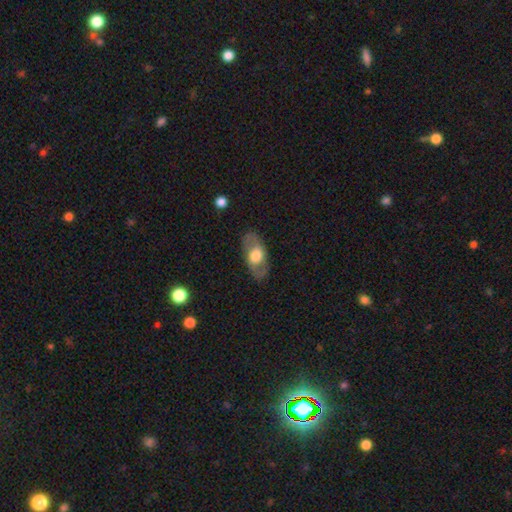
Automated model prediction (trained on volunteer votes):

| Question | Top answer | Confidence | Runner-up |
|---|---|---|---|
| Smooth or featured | featured or disk | 50% | smooth (44%) |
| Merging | none | 83% | minor disturbance (11%) |